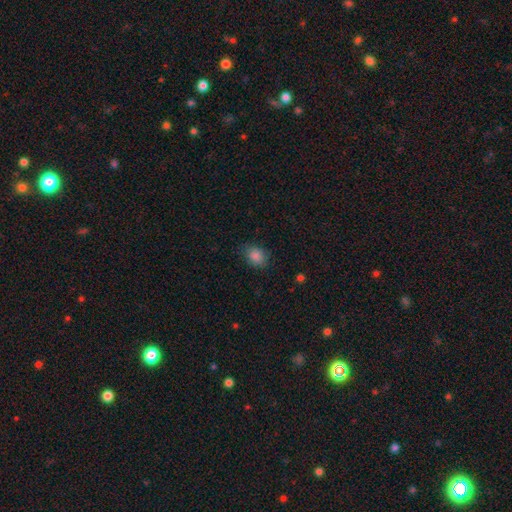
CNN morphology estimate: Smooth or featured?
  - smooth: 85% *
  - star or artifact: 10%
  - featured or disk: 5%
How rounded?
  - in between: 54% *
  - round: 45%
  - cigar-shaped: 1%
Merging?
  - none: 80% *
  - minor disturbance: 16%
  - major disturbance: 4%
  - merger: 1%